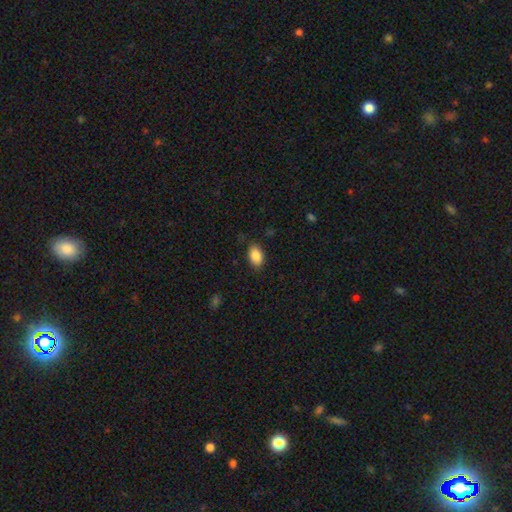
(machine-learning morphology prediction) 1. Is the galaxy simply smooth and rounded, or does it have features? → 87% smooth, 8% star or artifact, 5% featured or disk.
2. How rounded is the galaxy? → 89% in between, 9% round, 1% cigar-shaped.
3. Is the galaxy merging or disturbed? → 83% none, 13% minor disturbance, 3% major disturbance, 1% merger.